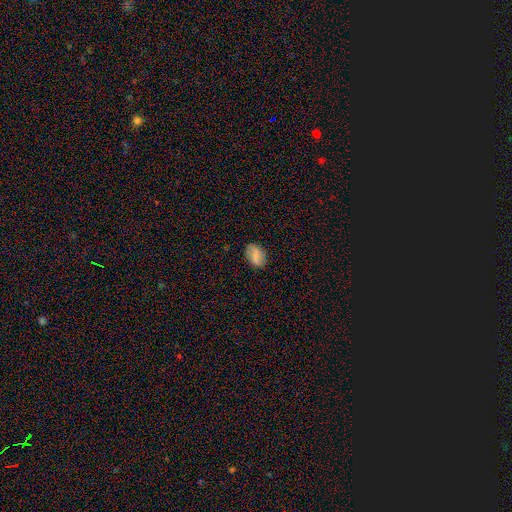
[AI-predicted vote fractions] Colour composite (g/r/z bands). It shows a smooth galaxy with no disk features (69%) that is in between round and cigar-shaped (86%). Merging: none (81%).